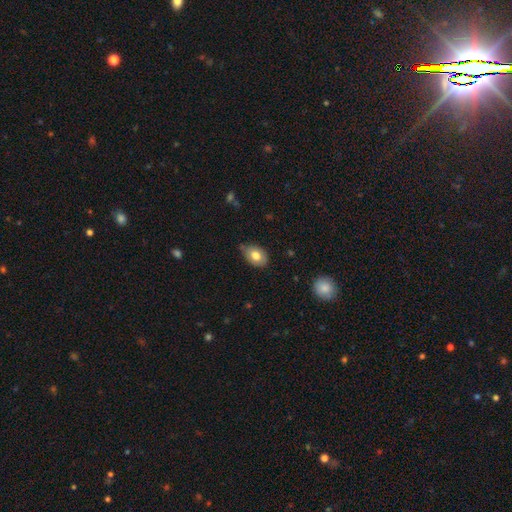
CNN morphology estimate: Overall: smooth (78%). How rounded: in between (83%). Merging: none (73%).